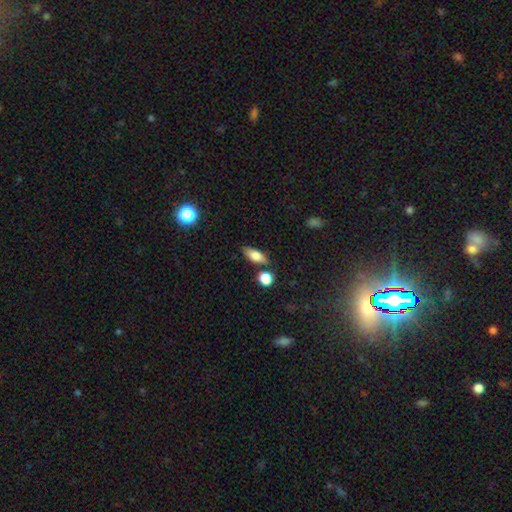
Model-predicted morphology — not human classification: This appears to be a smooth galaxy with no disk features (74%) that is in between round and cigar-shaped (72%). Merging: none (78%).